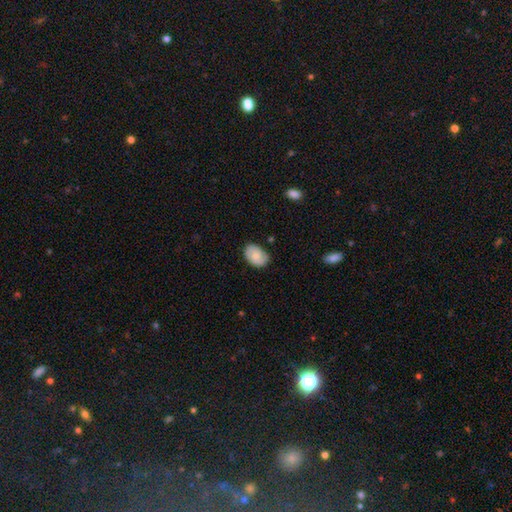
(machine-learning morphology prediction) A smooth galaxy with no disk features (68%) that is in between round and cigar-shaped (80%). Merging: none (74%).